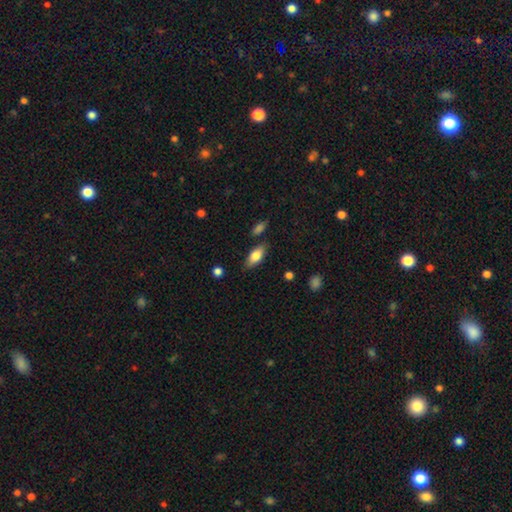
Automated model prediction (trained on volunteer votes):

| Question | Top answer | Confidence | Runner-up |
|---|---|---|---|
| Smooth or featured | smooth | 78% | featured or disk (15%) |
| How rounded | in between | 86% | cigar-shaped (11%) |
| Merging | none | 80% | minor disturbance (13%) |